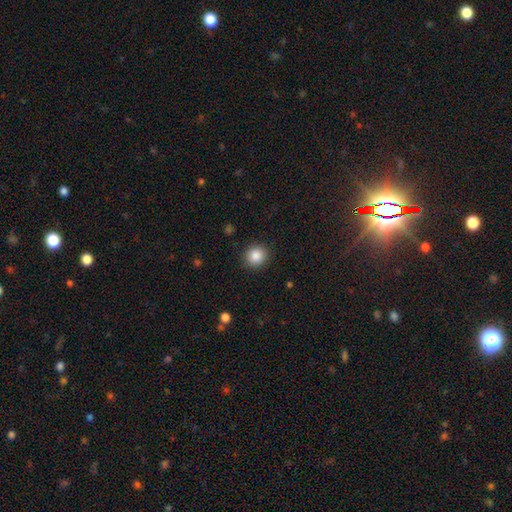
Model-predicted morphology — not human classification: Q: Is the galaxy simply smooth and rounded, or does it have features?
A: smooth — 86%.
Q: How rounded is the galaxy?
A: round — 88%.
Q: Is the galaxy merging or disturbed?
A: none — 89%.